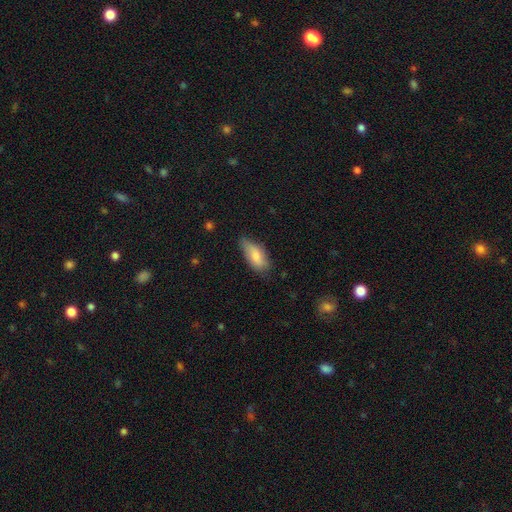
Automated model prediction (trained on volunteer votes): This is likely a smooth galaxy (79%). How rounded: clearly in between (83%). Merging: possibly none (60%).